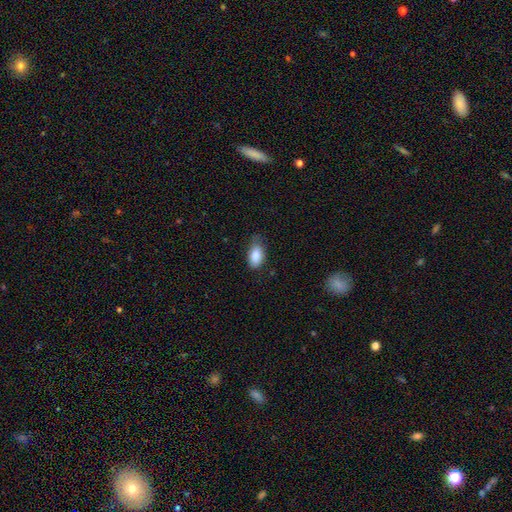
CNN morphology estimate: Smooth or featured: smooth — 86% (star or artifact — 7%)
How rounded: in between — 92% (round — 5%)
Merging: none — 58% (minor disturbance — 33%)